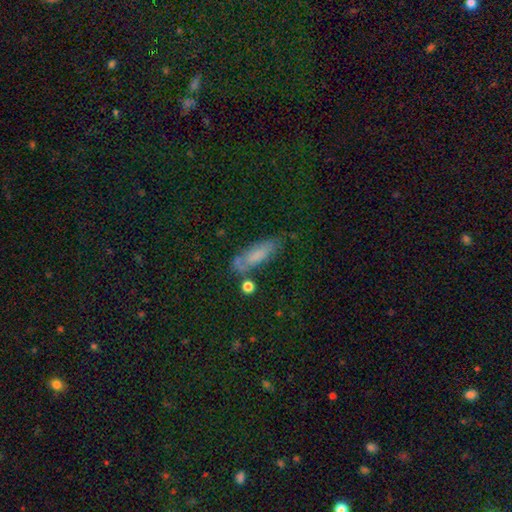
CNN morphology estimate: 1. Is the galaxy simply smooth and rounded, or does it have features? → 60% smooth, 26% featured or disk, 14% star or artifact.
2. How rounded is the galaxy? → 53% in between, 44% cigar-shaped, 3% round.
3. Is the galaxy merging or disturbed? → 63% none, 23% minor disturbance, 8% major disturbance, 7% merger.